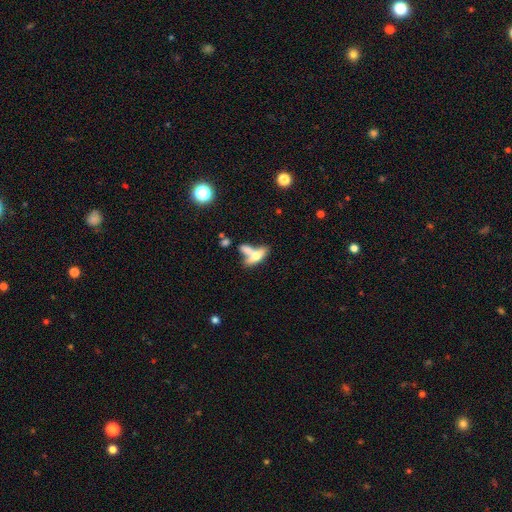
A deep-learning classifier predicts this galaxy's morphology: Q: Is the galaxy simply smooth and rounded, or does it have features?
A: smooth — 54%.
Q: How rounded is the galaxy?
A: in between — 54%.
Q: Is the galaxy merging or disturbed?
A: merger — 45%.